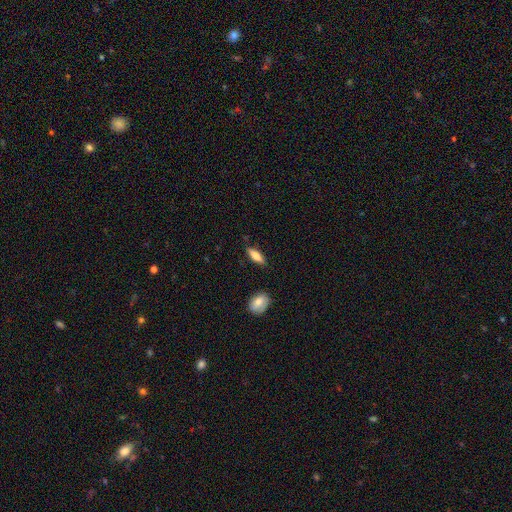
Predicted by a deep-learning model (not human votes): The model was most divided on "how rounded": in between: 59%, cigar-shaped: 39%, round: 2%. More confident: merging — none (84%); smooth or featured — smooth (75%).